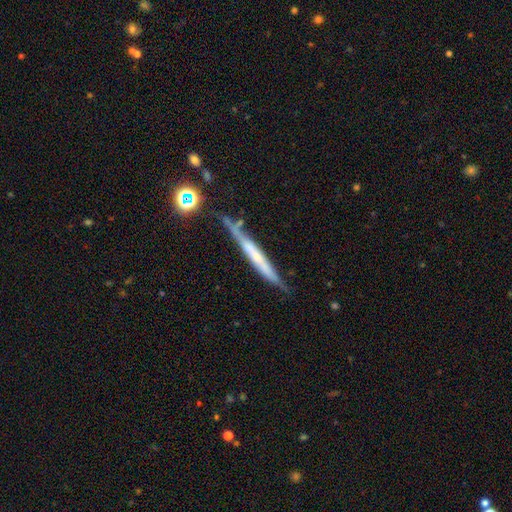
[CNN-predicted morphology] A featured or disk galaxy (57%) viewed edge-on (90%) with no central bulge (67%).

Vote fractions:
- Smooth or featured? featured or disk: 57% / smooth: 35% / star or artifact: 8%
- Edge-on disk? yes: 90% / no: 10%
- Edge-on bulge? none: 67% / rounded: 22% / boxy: 11%
- Merging? none: 69% / minor disturbance: 21% / merger: 5% / major disturbance: 5%